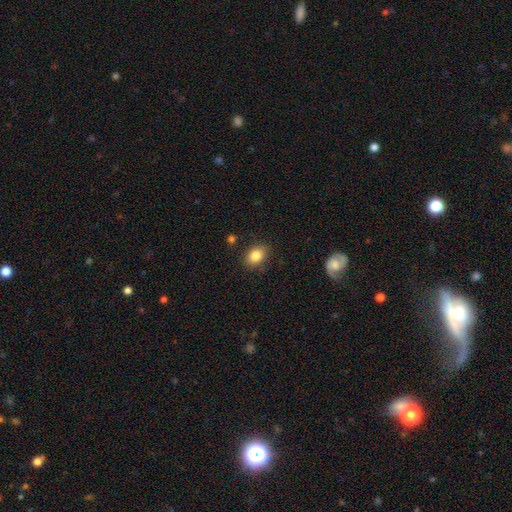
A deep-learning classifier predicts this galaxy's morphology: A smooth galaxy with no disk features (85%) that is in between round and cigar-shaped (68%). Merging: none (84%).